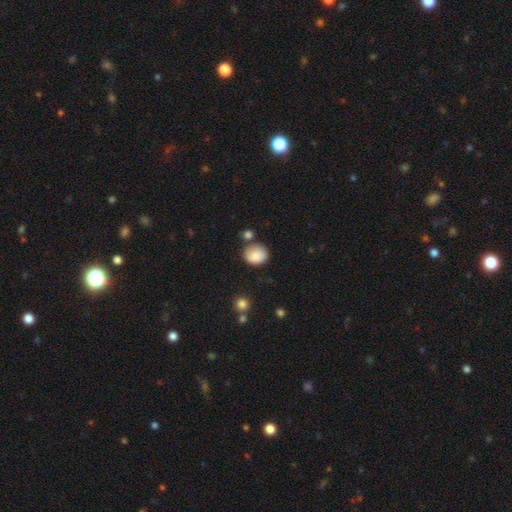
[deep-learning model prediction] Smooth or featured? smooth (86%)
How rounded? round (67%)
Merging? none (69%)